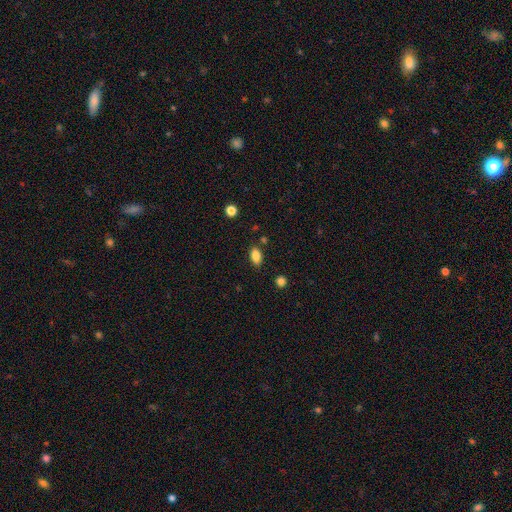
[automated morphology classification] This appears to be a smooth galaxy with no disk features (85%) that is in between round and cigar-shaped (90%). Merging: none (84%).